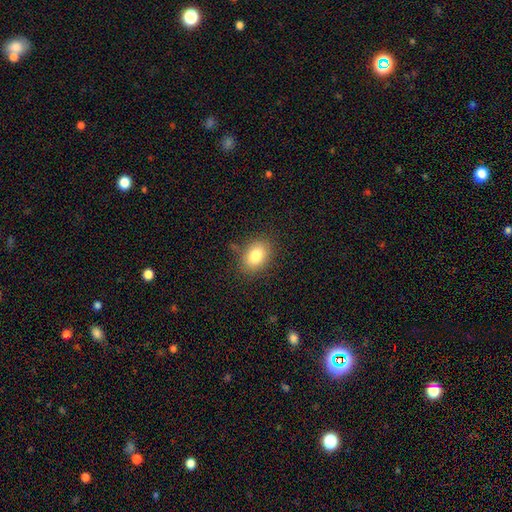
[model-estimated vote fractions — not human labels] A smooth galaxy with no disk features (82%) that is in between round and cigar-shaped (73%). Merging: none (82%).